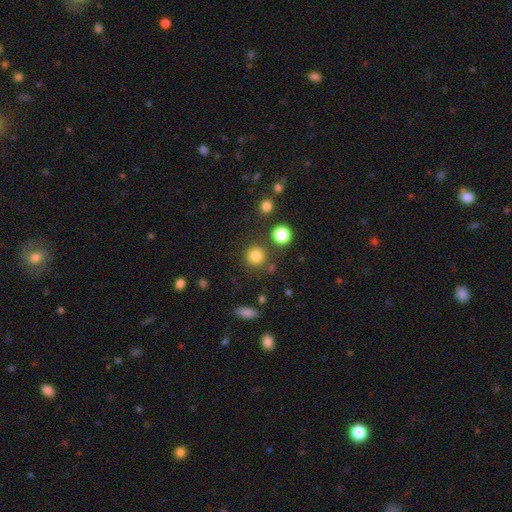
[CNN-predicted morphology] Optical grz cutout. It shows a smooth galaxy with no disk features (83%) that is round (93%). Merging: none (83%).